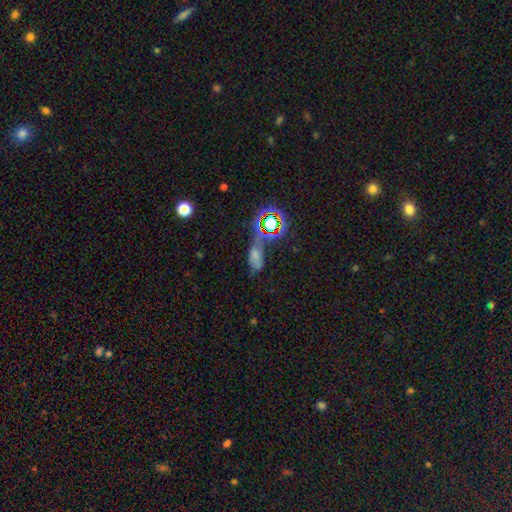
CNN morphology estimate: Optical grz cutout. It shows a smooth galaxy with no disk features (50%). Merging: none (33%).